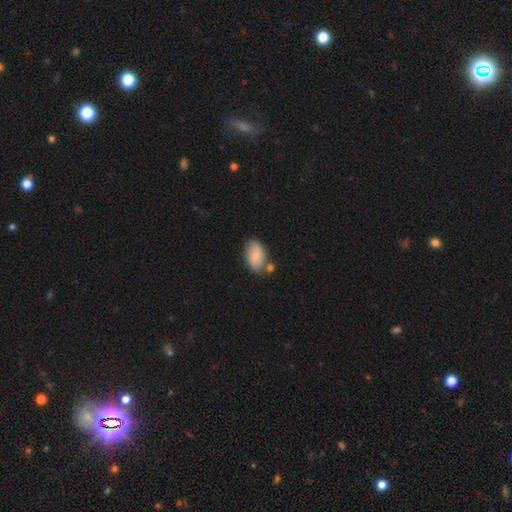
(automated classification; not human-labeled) Smooth or featured?
  - smooth: 75% *
  - featured or disk: 18%
  - star or artifact: 7%
How rounded?
  - in between: 92% *
  - round: 7%
  - cigar-shaped: 2%
Merging?
  - none: 63% *
  - minor disturbance: 18%
  - merger: 16%
  - major disturbance: 4%